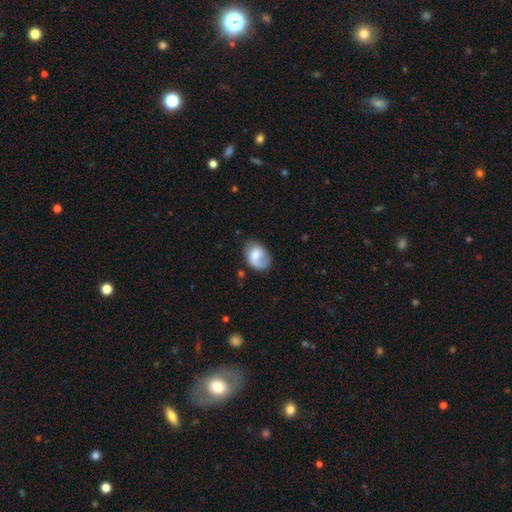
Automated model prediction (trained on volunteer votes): Smooth or featured?
  - smooth: 60% *
  - featured or disk: 32%
  - star or artifact: 7%
How rounded?
  - in between: 75% *
  - round: 24%
  - cigar-shaped: 1%
Merging?
  - none: 48% *
  - minor disturbance: 28%
  - major disturbance: 20%
  - merger: 4%